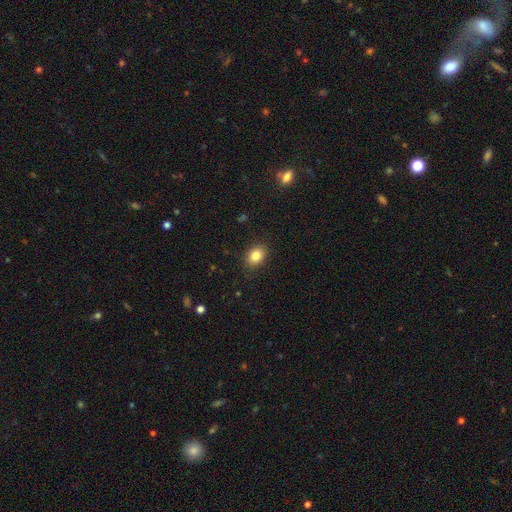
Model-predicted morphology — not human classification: The model was most divided on "how rounded": in between: 68%, round: 31%, cigar-shaped: 1%. More confident: merging — none (86%); smooth or featured — smooth (84%).